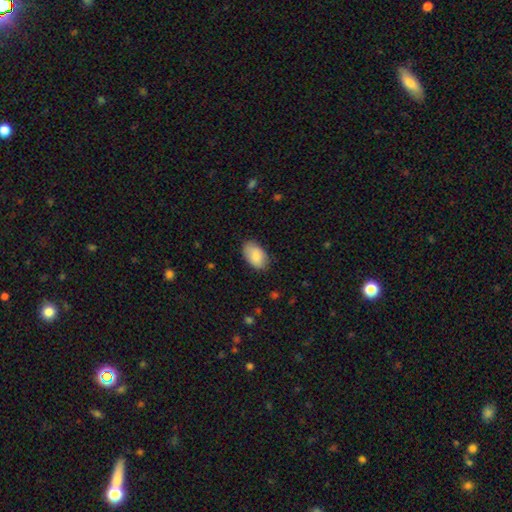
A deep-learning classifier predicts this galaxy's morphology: smooth-or-featured: smooth: 85% | featured or disk: 9% | star or artifact: 6%
  how-rounded: in between: 93% | round: 6% | cigar-shaped: 1%
  merging: none: 80% | minor disturbance: 16% | major disturbance: 3% | merger: 1%